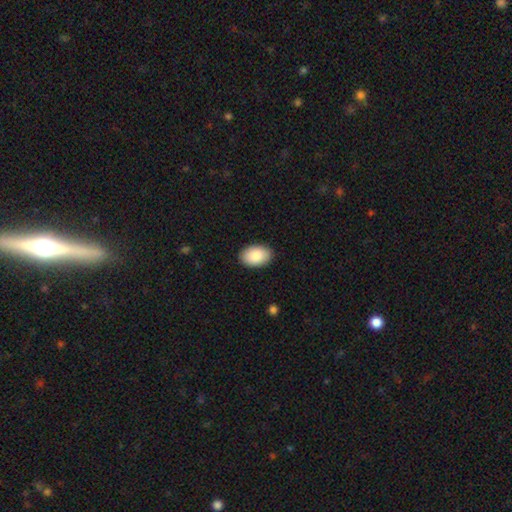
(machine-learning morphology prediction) Smooth or featured? smooth (88%)
How rounded? in between (91%)
Merging? none (89%)